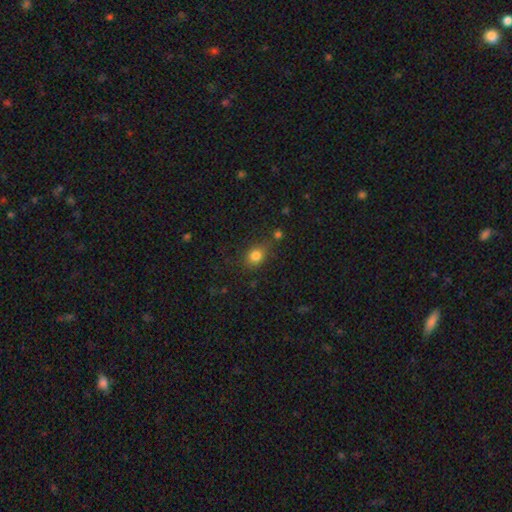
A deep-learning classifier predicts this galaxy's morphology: This is clearly a smooth galaxy (81%). How rounded: possibly round (53%). Merging: likely none (71%).